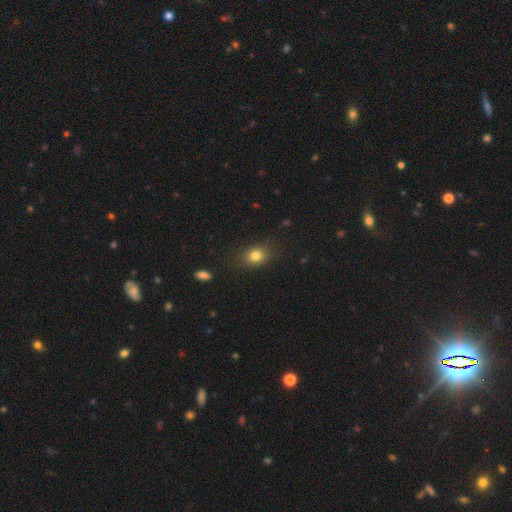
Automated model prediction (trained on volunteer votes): Overall: smooth (79%). How rounded: in between (58%; round 40%). Merging: none (79%).